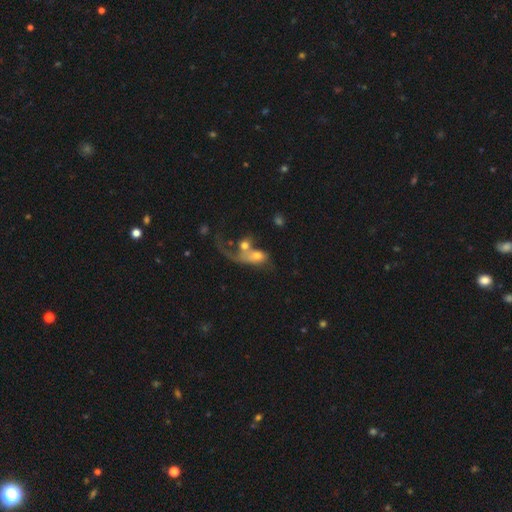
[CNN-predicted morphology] featured or disk 46%, smooth 44%, star or artifact 10%. Down the decision tree: merging — merger (61%).